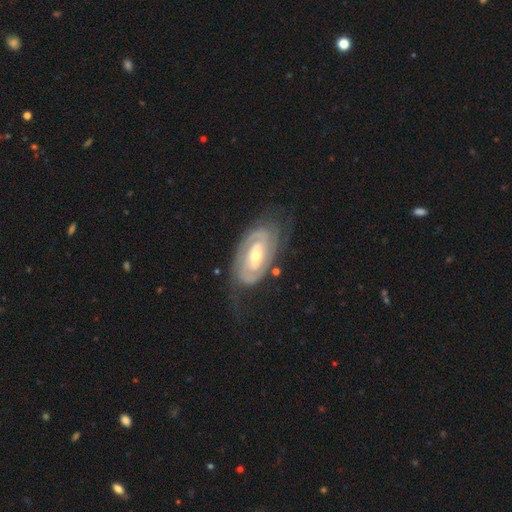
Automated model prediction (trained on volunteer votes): smooth-or-featured: featured or disk: 87% | smooth: 8% | star or artifact: 5%
  disk-edge-on: no: 95% | yes: 5%
    bar: no: 45% | weak: 36% | strong: 19%
    has-spiral-arms: yes: 94% | no: 6%
      spiral-winding: tight: 72% | medium: 23% | loose: 6%
      spiral-arm-count: 2: 60% | can't tell: 22% | 3: 8% | 1: 4% | 4: 3% | more than 4: 3%
    bulge-size: moderate: 51% | small: 45% | large: 2% | none: 1% | dominant: 1%
  merging: none: 68% | minor disturbance: 19% | major disturbance: 10% | merger: 2%